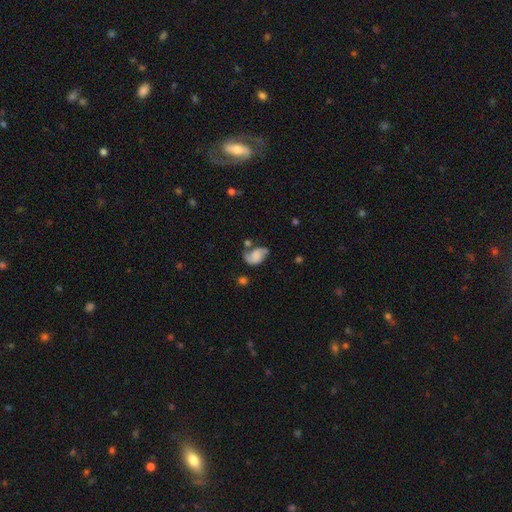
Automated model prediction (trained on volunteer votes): Q: Smooth or featured?
A: featured or disk (62%); runner-up: smooth (28%)
Q: Edge-on disk?
A: no (98%); runner-up: yes (2%)
Q: Bar?
A: no (66%); runner-up: weak (26%)
Q: Spiral arms?
A: yes (89%); runner-up: no (11%)
Q: Spiral winding?
A: loose (41%); runner-up: medium (40%)
Q: Spiral arm count?
A: 2 (79%); runner-up: 1 (12%)
Q: Bulge size?
A: none (56%); runner-up: small (16%)
Q: Merging?
A: none (44%); runner-up: minor disturbance (25%)